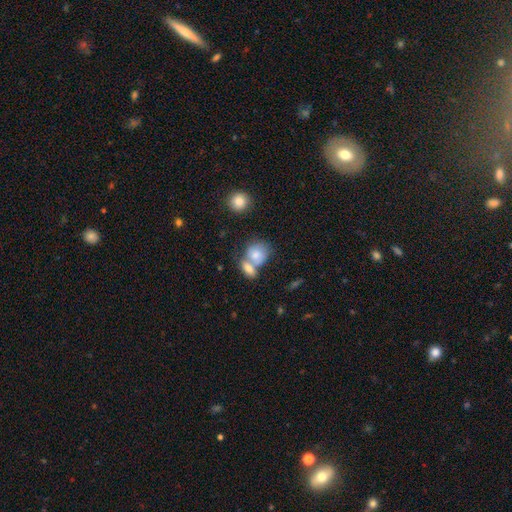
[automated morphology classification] Overall: smooth (73%). How rounded: round (53%; in between 45%). Merging: merger (59%; none 25%).